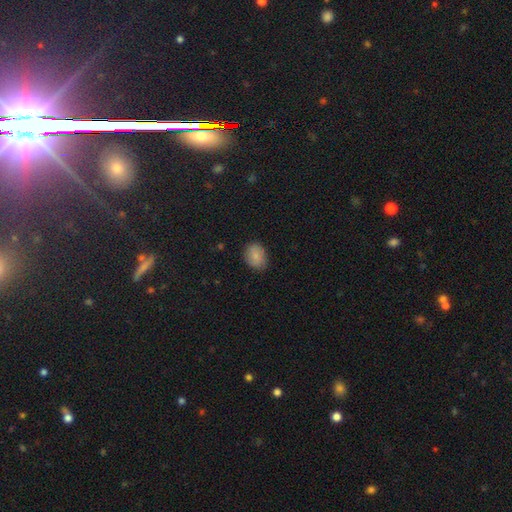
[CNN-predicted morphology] smooth-or-featured: smooth: 85% | star or artifact: 8% | featured or disk: 8%
  how-rounded: in between: 63% | round: 36% | cigar-shaped: 1%
  merging: none: 82% | minor disturbance: 14% | major disturbance: 3% | merger: 1%